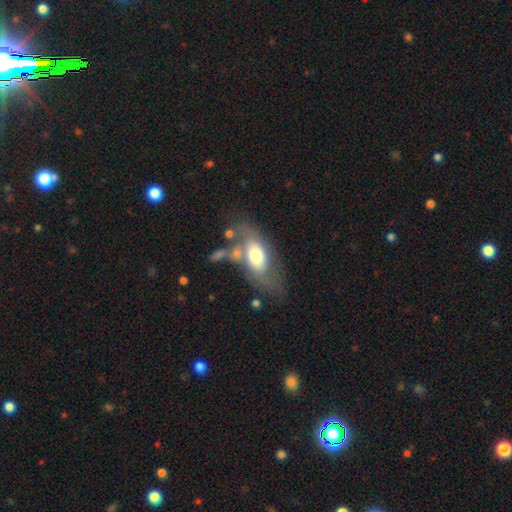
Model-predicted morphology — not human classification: Smooth or featured? smooth (53%)
How rounded? in between (87%)
Merging? none (44%)